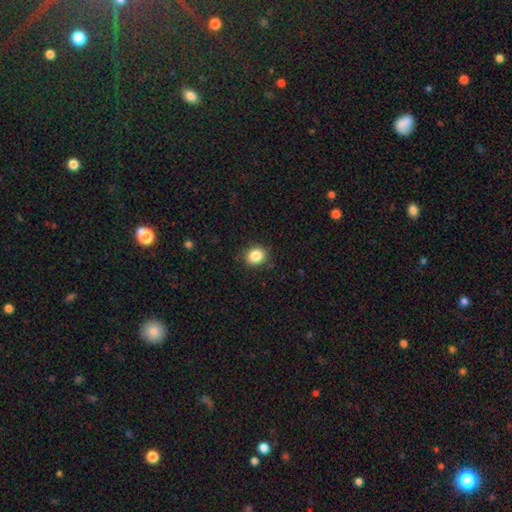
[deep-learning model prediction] smooth 85%, star or artifact 10%, featured or disk 5%. Down the decision tree: how rounded — round (73%); merging — none (88%).